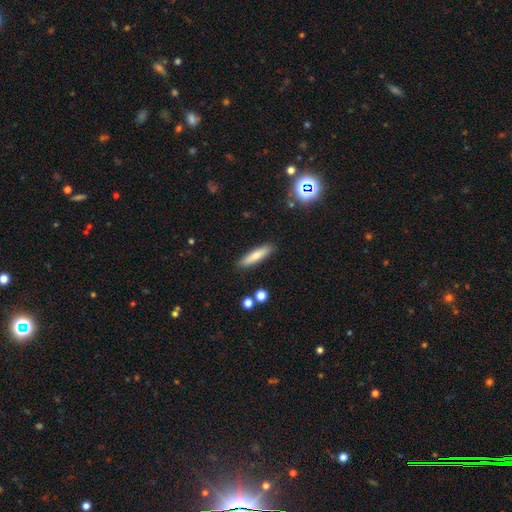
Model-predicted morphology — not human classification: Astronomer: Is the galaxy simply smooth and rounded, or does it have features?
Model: smooth — 73%.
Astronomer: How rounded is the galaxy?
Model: cigar-shaped — 77%.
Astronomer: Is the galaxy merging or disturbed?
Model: none — 88%.